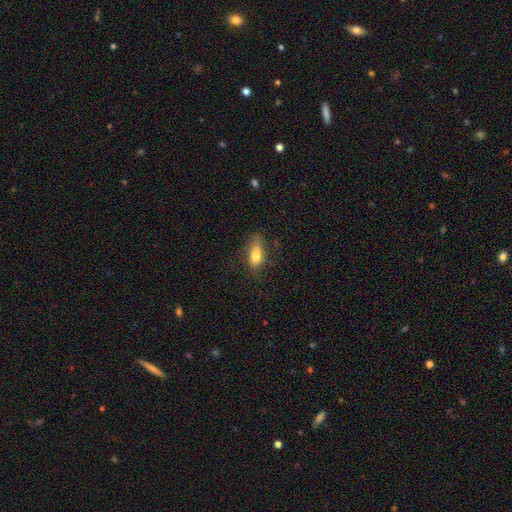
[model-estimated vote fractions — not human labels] Smooth or featured?
  - smooth: 74% *
  - featured or disk: 17%
  - star or artifact: 8%
How rounded?
  - in between: 80% *
  - cigar-shaped: 15%
  - round: 5%
Merging?
  - none: 65% *
  - minor disturbance: 24%
  - major disturbance: 10%
  - merger: 2%